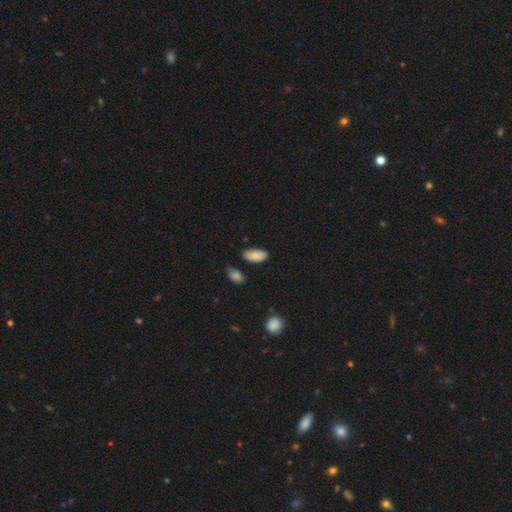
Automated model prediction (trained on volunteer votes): smooth 87%, star or artifact 7%, featured or disk 6%. Down the decision tree: how rounded — in between (93%); merging — none (74%).